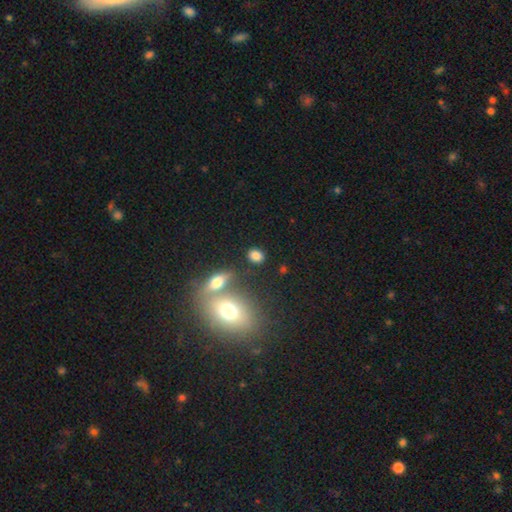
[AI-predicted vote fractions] A smooth galaxy with no disk features (81%) that is in between round and cigar-shaped (54%).

Vote fractions:
- Smooth or featured? smooth: 81% / star or artifact: 11% / featured or disk: 8%
- How rounded? in between: 54% / round: 43% / cigar-shaped: 3%
- Merging? none: 76% / minor disturbance: 11% / merger: 9% / major disturbance: 4%